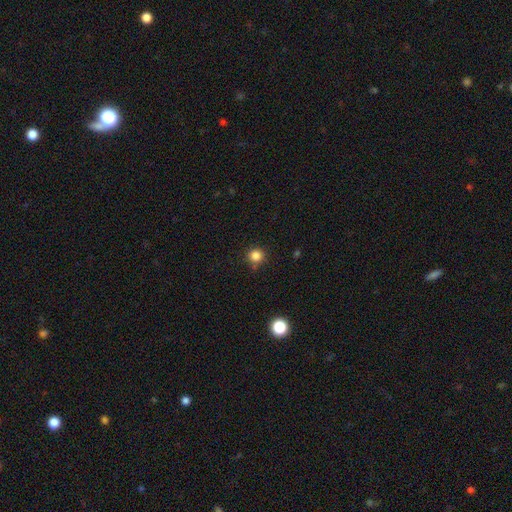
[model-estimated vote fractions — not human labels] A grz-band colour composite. It shows a smooth galaxy with no disk features (84%) that is round (93%). Merging: none (85%).